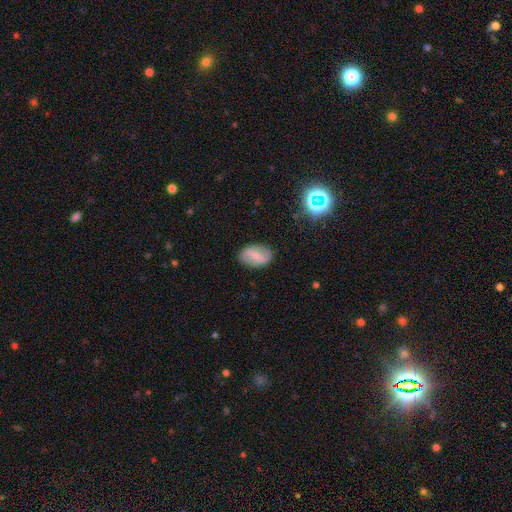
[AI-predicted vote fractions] A featured or disk galaxy (46%, tied with smooth). Merging: none (85%).